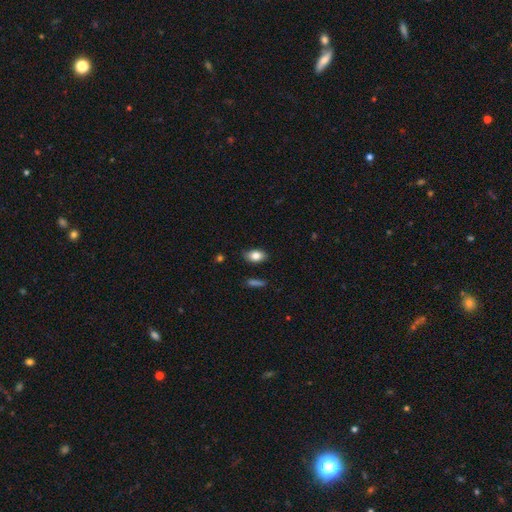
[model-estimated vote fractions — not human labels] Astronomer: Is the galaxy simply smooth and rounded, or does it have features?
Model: smooth — 84%.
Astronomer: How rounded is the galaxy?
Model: in between — 88%.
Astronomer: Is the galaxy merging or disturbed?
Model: none — 82%.